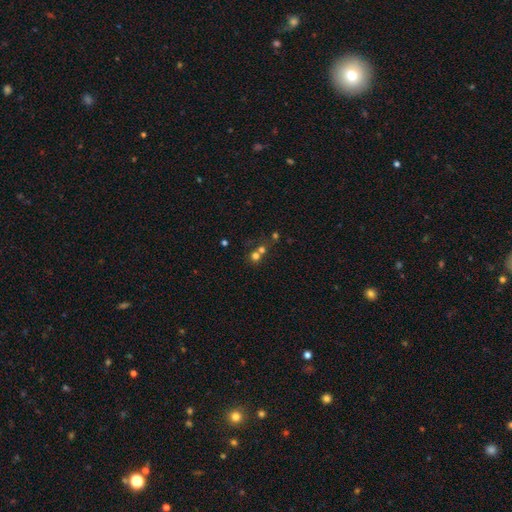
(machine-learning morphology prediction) This is likely a smooth galaxy (64%). How rounded: clearly round (85%). Merging: possibly merger (45%, tied with none).